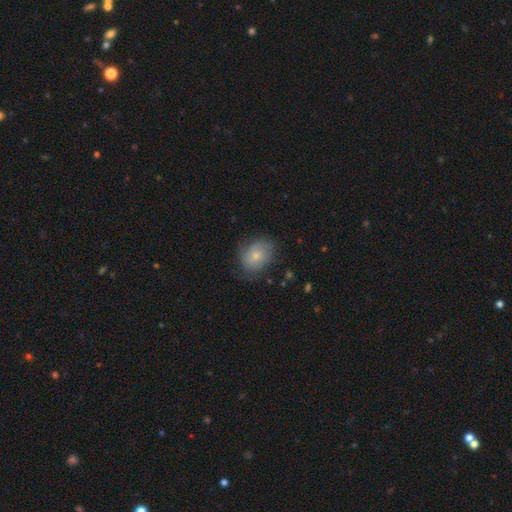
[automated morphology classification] This appears to be a smooth galaxy with no disk features (72%) that is in between round and cigar-shaped (53%). Merging: none (66%).